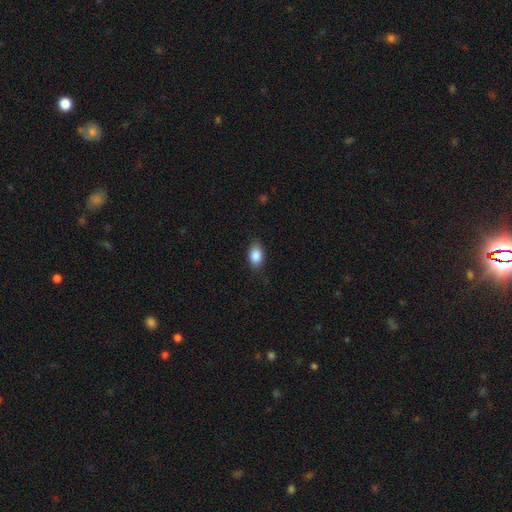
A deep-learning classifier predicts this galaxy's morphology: Smooth or featured? smooth (87%)
How rounded? in between (86%)
Merging? none (82%)